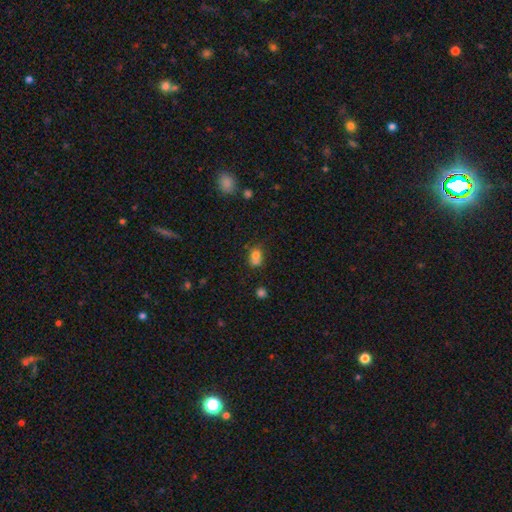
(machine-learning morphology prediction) Smooth or featured? smooth (75%)
How rounded? in between (56%)
Merging? none (41%)